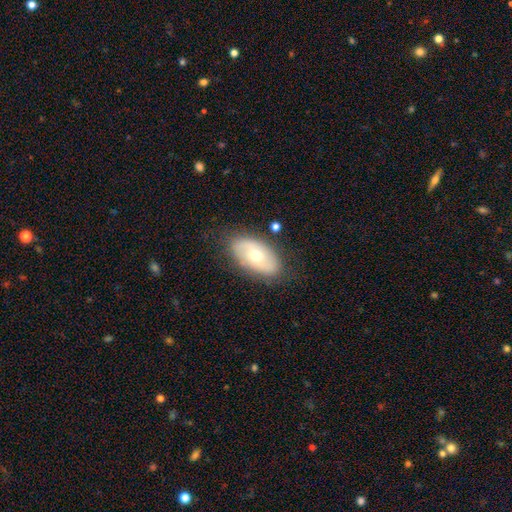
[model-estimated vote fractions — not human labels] Smooth or featured?
  - smooth: 52% *
  - featured or disk: 41%
  - star or artifact: 7%
How rounded?
  - in between: 92% *
  - round: 5%
  - cigar-shaped: 2%
Merging?
  - none: 78% *
  - minor disturbance: 15%
  - major disturbance: 5%
  - merger: 2%